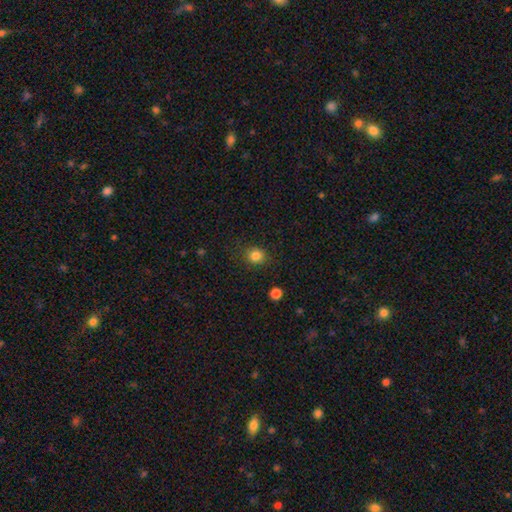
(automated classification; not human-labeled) Smooth or featured: smooth — 84% (star or artifact — 12%)
How rounded: round — 79% (in between — 21%)
Merging: none — 85% (minor disturbance — 10%)